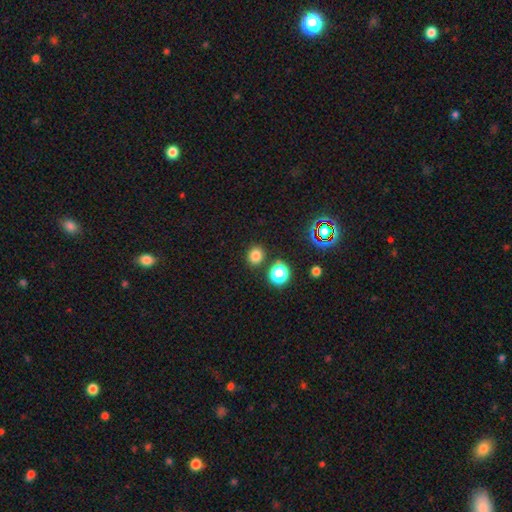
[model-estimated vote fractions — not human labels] smooth-or-featured: smooth: 77% | star or artifact: 18% | featured or disk: 5%
  how-rounded: round: 80% | in between: 19% | cigar-shaped: 1%
  merging: none: 84% | minor disturbance: 7% | merger: 6% | major disturbance: 3%